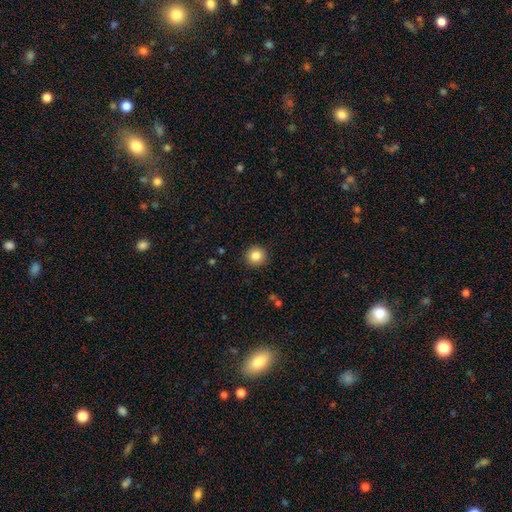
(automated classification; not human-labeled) Smooth or featured? Predicted: smooth (p=0.85). How rounded? Predicted: round (p=0.93). Merging? Predicted: none (p=0.92).